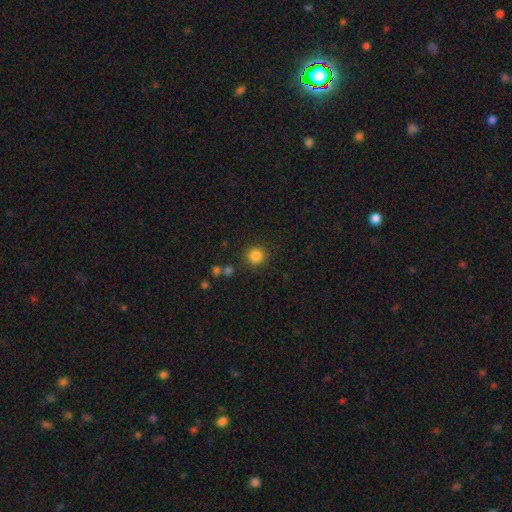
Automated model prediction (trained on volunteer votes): A smooth galaxy with no disk features (84%) that is round (94%).

Vote fractions:
- Smooth or featured? smooth: 84% / star or artifact: 12% / featured or disk: 4%
- How rounded? round: 94% / in between: 5% / cigar-shaped: 1%
- Merging? none: 88% / minor disturbance: 7% / merger: 3% / major disturbance: 3%